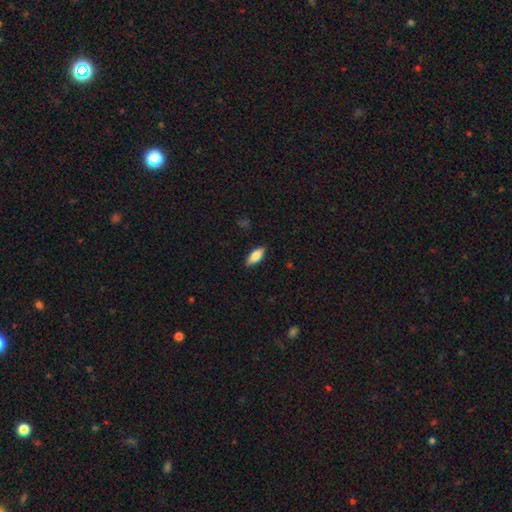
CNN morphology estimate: smooth-or-featured: smooth: 80% | featured or disk: 14% | star or artifact: 6%
  how-rounded: in between: 82% | cigar-shaped: 16% | round: 2%
  merging: none: 88% | minor disturbance: 9% | major disturbance: 2% | merger: 1%